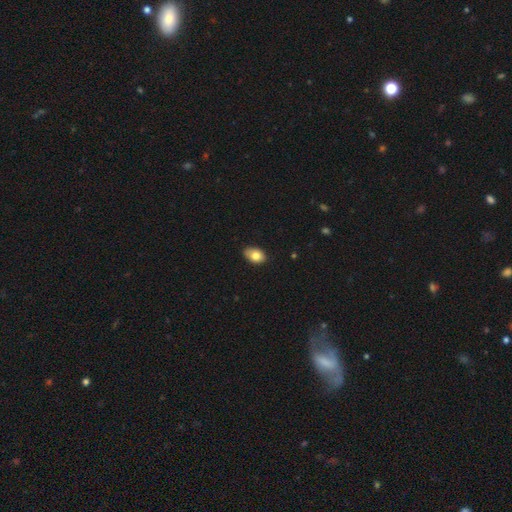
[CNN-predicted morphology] This appears to be a smooth galaxy with no disk features (81%) that is in between round and cigar-shaped (86%). Merging: none (77%).